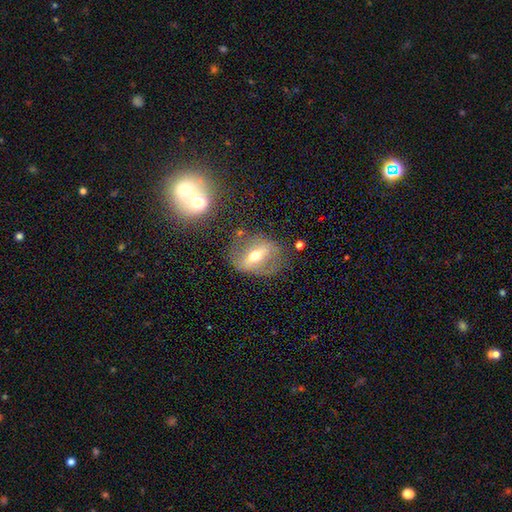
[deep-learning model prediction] The model was most divided on "smooth or featured": featured or disk: 62%, smooth: 29%, star or artifact: 10%. More confident: edge-on disk — no (73%); merging — none (65%).